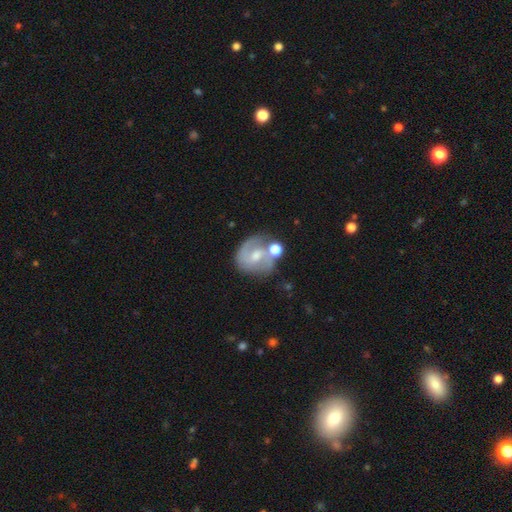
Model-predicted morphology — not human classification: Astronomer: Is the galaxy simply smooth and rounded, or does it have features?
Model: featured or disk — 66%.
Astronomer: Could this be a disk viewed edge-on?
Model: no — 97%.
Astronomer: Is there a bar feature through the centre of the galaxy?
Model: weak — 49% (runner-up: no, 38%).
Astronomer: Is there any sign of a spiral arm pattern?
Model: yes — 83%.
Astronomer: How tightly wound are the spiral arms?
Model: medium — 47% (runner-up: tight, 29%).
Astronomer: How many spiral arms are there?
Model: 2 — 66%.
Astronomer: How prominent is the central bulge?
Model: moderate — 49% (runner-up: small, 38%).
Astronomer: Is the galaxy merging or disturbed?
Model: none — 50%.